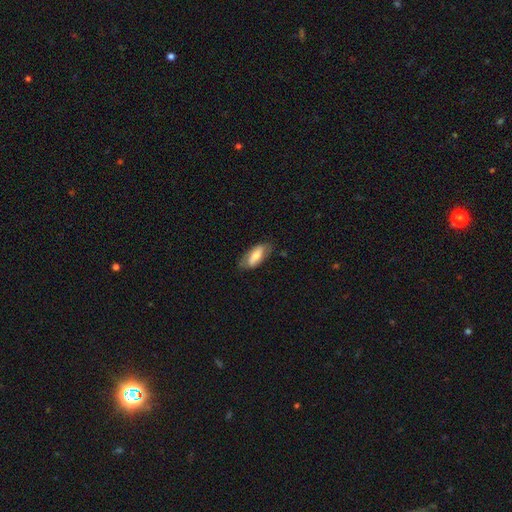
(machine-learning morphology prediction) A smooth galaxy with no disk features (58%) that is in between round and cigar-shaped (83%).

Vote fractions:
- Smooth or featured? smooth: 58% / featured or disk: 36% / star or artifact: 6%
- How rounded? in between: 83% / cigar-shaped: 14% / round: 3%
- Merging? none: 70% / minor disturbance: 22% / major disturbance: 6% / merger: 1%